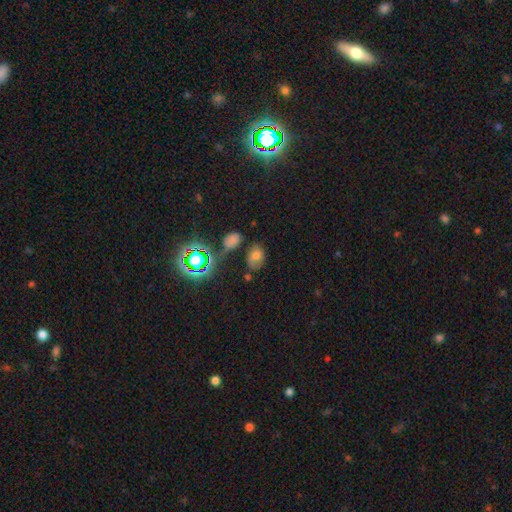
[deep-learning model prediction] A smooth galaxy with no disk features (57%) that is in between round and cigar-shaped (77%).

Vote fractions:
- Smooth or featured? smooth: 57% / star or artifact: 27% / featured or disk: 16%
- How rounded? in between: 77% / round: 21% / cigar-shaped: 1%
- Merging? none: 61% / minor disturbance: 22% / major disturbance: 8% / merger: 8%